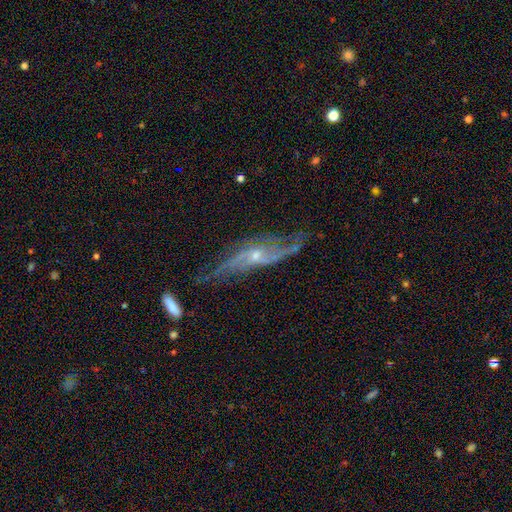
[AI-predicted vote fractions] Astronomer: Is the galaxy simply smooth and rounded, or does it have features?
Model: featured or disk — 81%.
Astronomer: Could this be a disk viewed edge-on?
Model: no — 68%.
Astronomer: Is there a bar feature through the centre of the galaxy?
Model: no — 61%.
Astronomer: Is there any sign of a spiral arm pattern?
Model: yes — 87%.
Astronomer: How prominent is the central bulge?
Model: small — 63%.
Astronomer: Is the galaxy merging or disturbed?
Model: none — 59%.